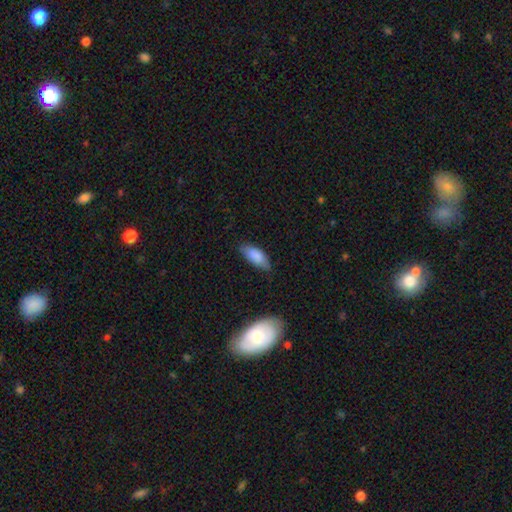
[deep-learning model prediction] Smooth or featured: smooth — 85% (featured or disk — 9%)
How rounded: in between — 82% (cigar-shaped — 16%)
Merging: none — 76% (minor disturbance — 19%)